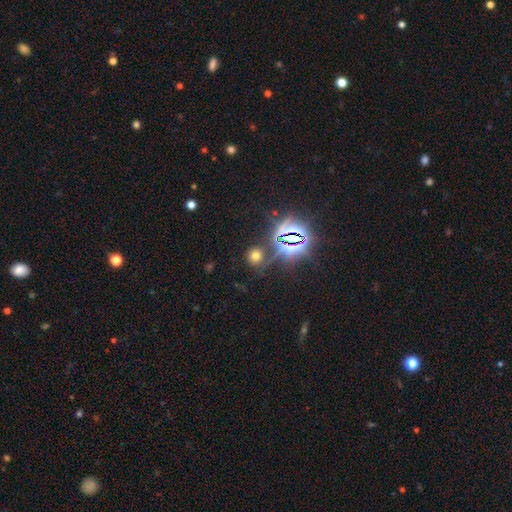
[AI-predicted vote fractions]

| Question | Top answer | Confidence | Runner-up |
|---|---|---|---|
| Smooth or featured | smooth | 55% | star or artifact (37%) |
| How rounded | round | 83% | in between (15%) |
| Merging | none | 79% | minor disturbance (11%) |